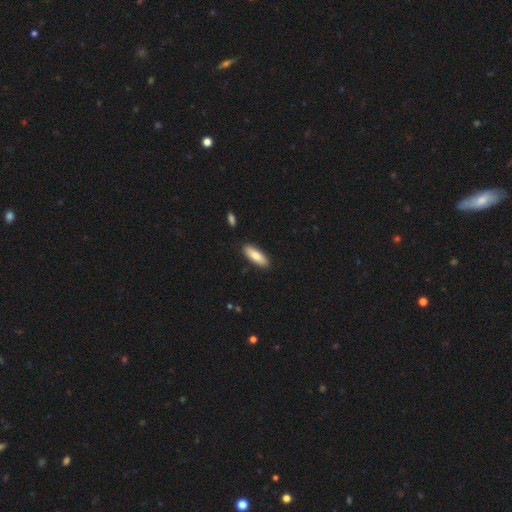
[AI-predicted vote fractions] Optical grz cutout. It shows a smooth galaxy with no disk features (82%) that is in between round and cigar-shaped (61%). Merging: none (88%).